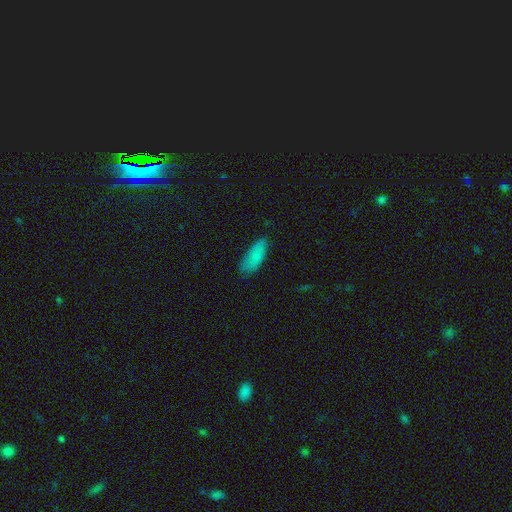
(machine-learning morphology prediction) Smooth or featured? smooth (80%)
How rounded? in between (74%)
Merging? none (76%)